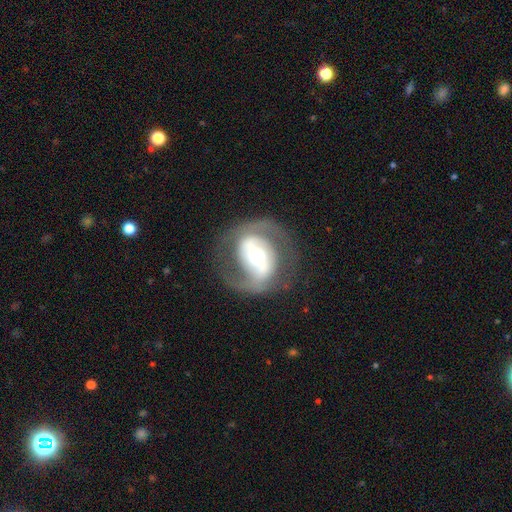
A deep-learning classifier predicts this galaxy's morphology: Smooth or featured? featured or disk (80%)
Edge-on disk? no (96%)
Bar? no (35%)
Spiral arms? yes (77%)
Spiral winding? medium (47%)
Spiral arm count? 2 (86%)
Bulge size? moderate (65%)
Merging? none (74%)